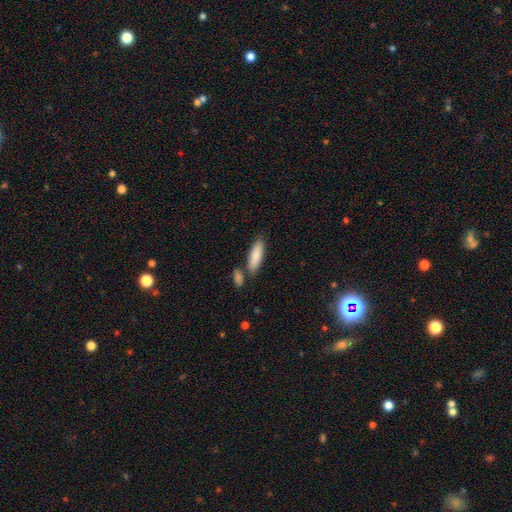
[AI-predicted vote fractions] A smooth galaxy with no disk features (85%) that is in between round and cigar-shaped (53%).

Vote fractions:
- Smooth or featured? smooth: 85% / featured or disk: 10% / star or artifact: 5%
- How rounded? in between: 53% / cigar-shaped: 45% / round: 2%
- Merging? none: 69% / merger: 16% / minor disturbance: 12% / major disturbance: 3%